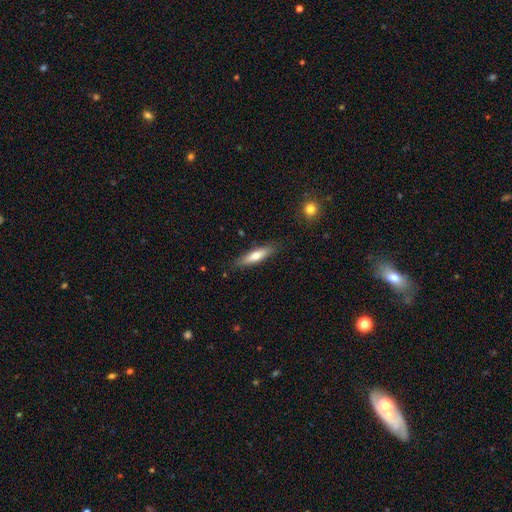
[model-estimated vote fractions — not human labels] smooth_or_featured: smooth (p=0.63) [alt: featured or disk p=0.30]
how_rounded: cigar-shaped (p=0.73) [alt: in between p=0.25]
merging: none (p=0.85) [alt: minor disturbance p=0.12]